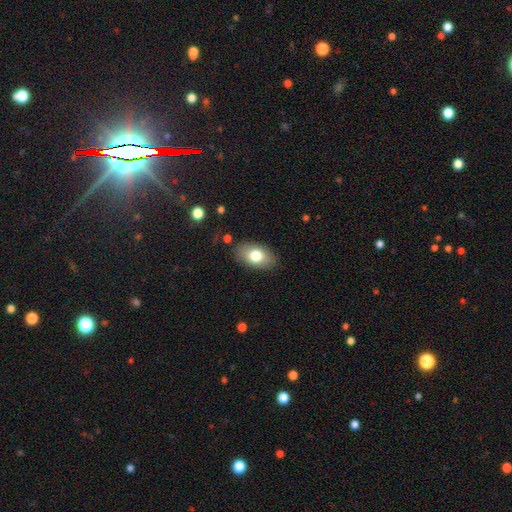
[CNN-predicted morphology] Smooth or featured? Predicted: smooth (p=0.76). How rounded? Predicted: in between (p=0.91). Merging? Predicted: none (p=0.85).